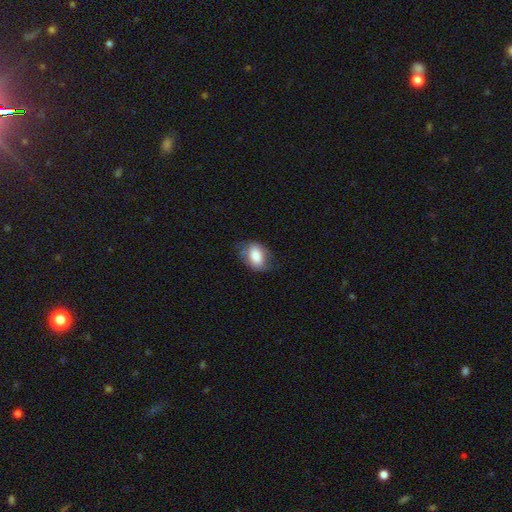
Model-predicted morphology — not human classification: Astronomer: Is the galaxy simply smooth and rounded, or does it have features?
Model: smooth — 78%.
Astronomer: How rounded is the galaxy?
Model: in between — 82%.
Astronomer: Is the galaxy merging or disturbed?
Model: none — 61%.